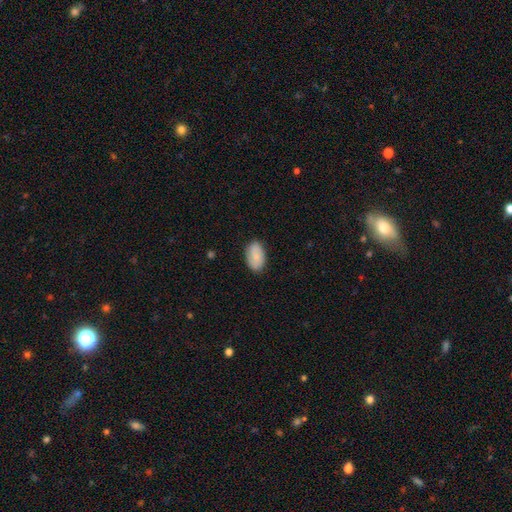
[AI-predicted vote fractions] This appears to be a smooth galaxy with no disk features (77%) that is in between round and cigar-shaped (92%). Merging: none (84%).